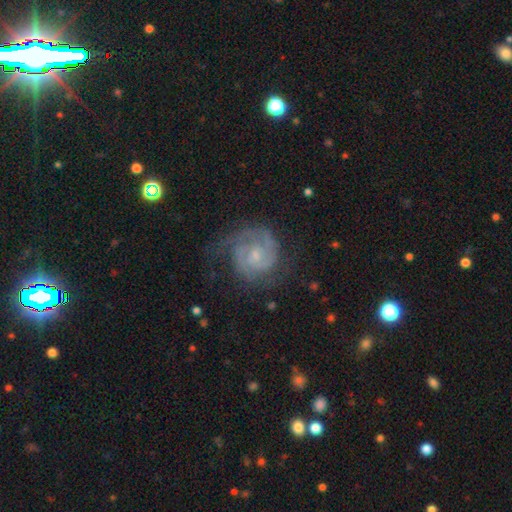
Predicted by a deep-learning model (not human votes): Smooth or featured? featured or disk (84%)
Edge-on disk? no (98%)
Bar? no (63%)
Spiral arms? yes (96%)
Spiral winding? tight (60%)
Spiral arm count? 2 (50%)
Bulge size? small (67%)
Merging? none (63%)